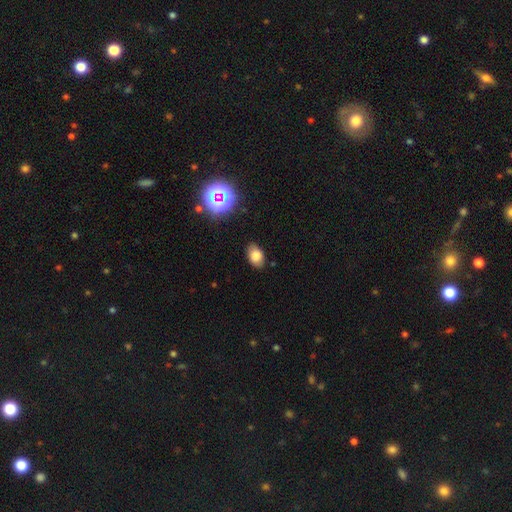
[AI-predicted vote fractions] smooth 79%, star or artifact 13%, featured or disk 9%. Down the decision tree: how rounded — in between (86%); merging — none (84%).